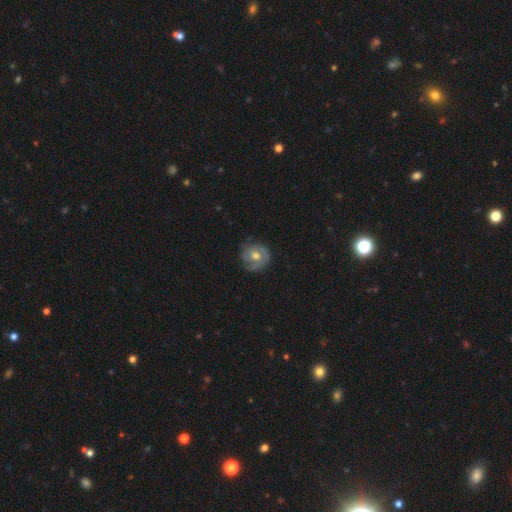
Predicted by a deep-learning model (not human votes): Smooth or featured: featured or disk — 61% (smooth — 32%)
Edge-on disk: no — 97% (yes — 3%)
Bar: no — 72% (weak — 24%)
Spiral arms: yes — 81% (no — 19%)
Bulge size: moderate — 74% (small — 13%)
Merging: none — 72% (minor disturbance — 20%)